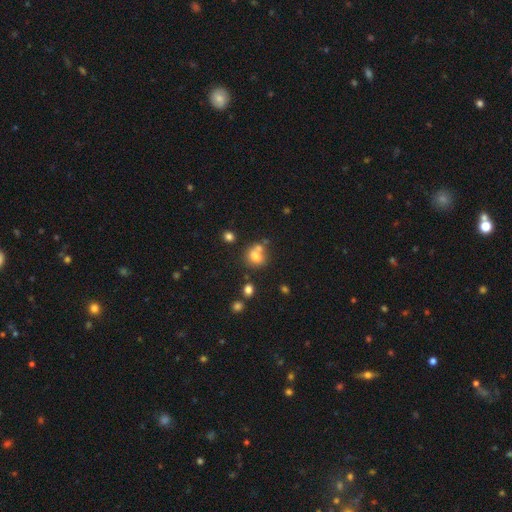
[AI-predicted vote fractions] A smooth galaxy with no disk features (73%) that is round (73%).

Vote fractions:
- Smooth or featured? smooth: 73% / featured or disk: 14% / star or artifact: 13%
- How rounded? round: 73% / in between: 26% / cigar-shaped: 1%
- Merging? none: 49% / merger: 34% / minor disturbance: 13% / major disturbance: 5%